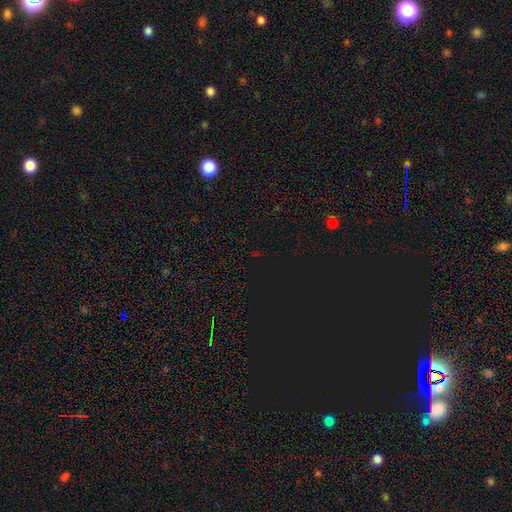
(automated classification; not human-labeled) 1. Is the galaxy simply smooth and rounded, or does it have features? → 76% star or artifact, 17% smooth, 7% featured or disk.